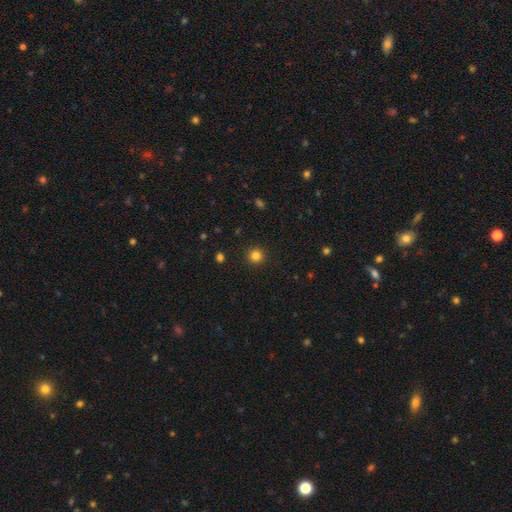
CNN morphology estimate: A smooth galaxy with no disk features (83%) that is round (95%). Merging: none (92%).